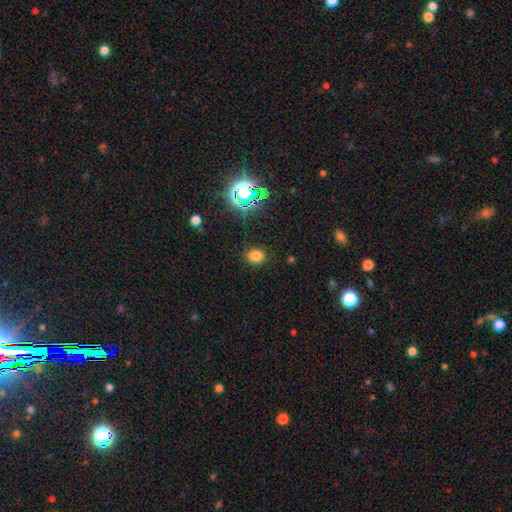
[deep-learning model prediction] A smooth galaxy with no disk features (74%) that is in between round and cigar-shaped (51%).

Vote fractions:
- Smooth or featured? smooth: 74% / star or artifact: 19% / featured or disk: 6%
- How rounded? in between: 51% / round: 48% / cigar-shaped: 1%
- Merging? none: 86% / minor disturbance: 10% / major disturbance: 3% / merger: 1%